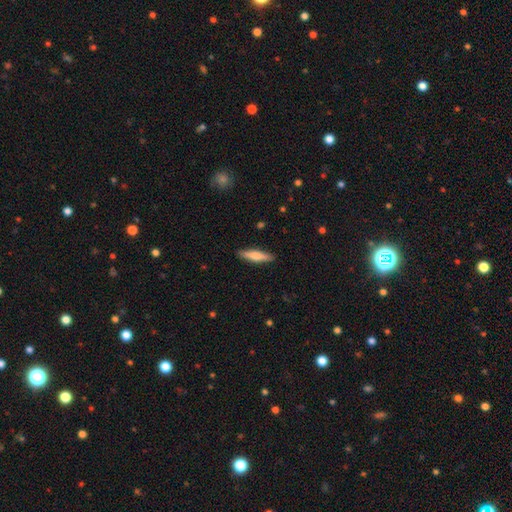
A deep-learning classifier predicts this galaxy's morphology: A smooth galaxy with no disk features (63%) that is cigar-shaped (78%).

Vote fractions:
- Smooth or featured? smooth: 63% / featured or disk: 31% / star or artifact: 6%
- How rounded? cigar-shaped: 78% / in between: 20% / round: 2%
- Merging? none: 89% / minor disturbance: 8% / major disturbance: 2% / merger: 1%